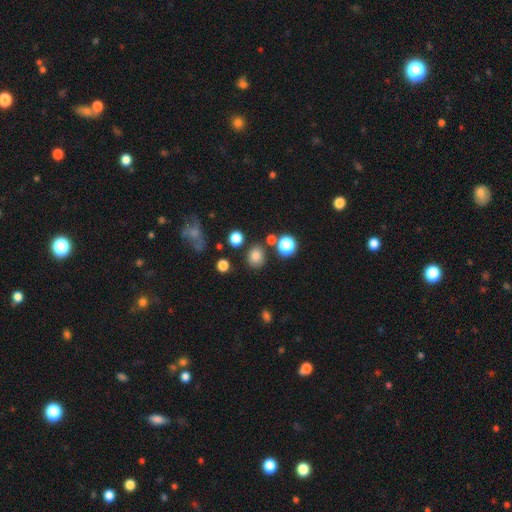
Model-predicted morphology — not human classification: type=smooth (79%); roundness=round (69%); merging=none (80%).